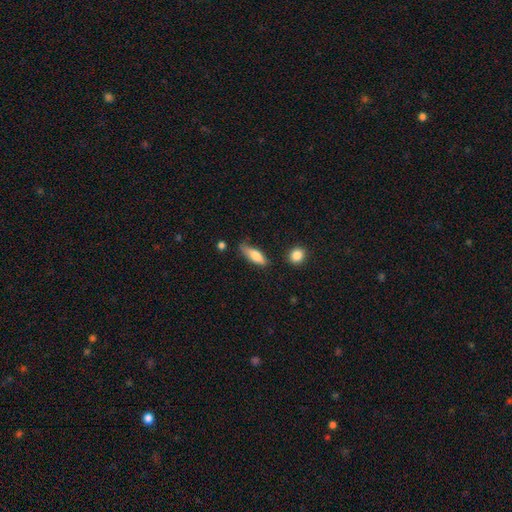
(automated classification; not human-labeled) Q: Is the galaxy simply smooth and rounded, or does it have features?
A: smooth — 75%.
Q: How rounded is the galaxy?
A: in between — 57%.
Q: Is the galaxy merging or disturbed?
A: none — 58%.